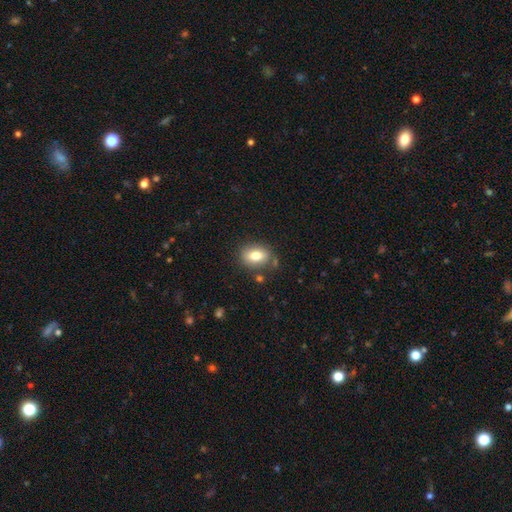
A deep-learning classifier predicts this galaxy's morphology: This is likely a smooth galaxy (78%). How rounded: likely in between (76%). Merging: likely none (80%).